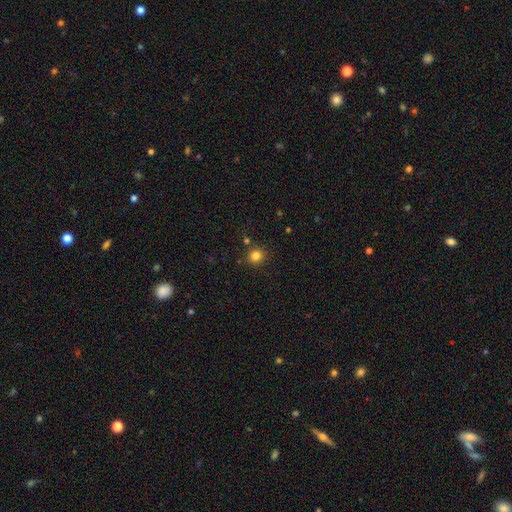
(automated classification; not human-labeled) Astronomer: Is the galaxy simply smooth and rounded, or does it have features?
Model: smooth — 82%.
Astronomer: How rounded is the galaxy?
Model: round — 89%.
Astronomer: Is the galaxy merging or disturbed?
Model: none — 85%.